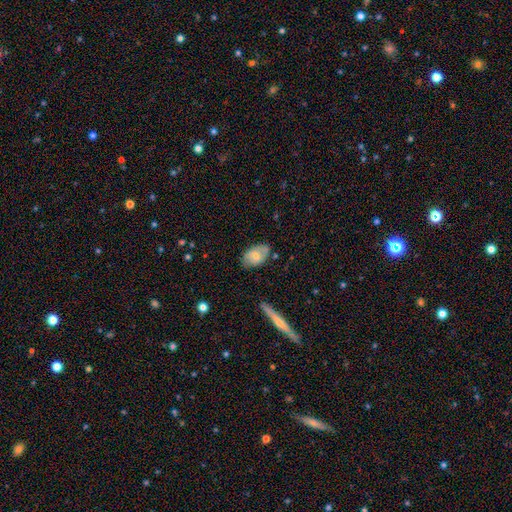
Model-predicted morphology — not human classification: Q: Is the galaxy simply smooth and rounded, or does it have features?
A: smooth — 59%.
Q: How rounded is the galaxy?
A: in between — 90%.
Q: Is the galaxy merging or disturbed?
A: none — 72%.